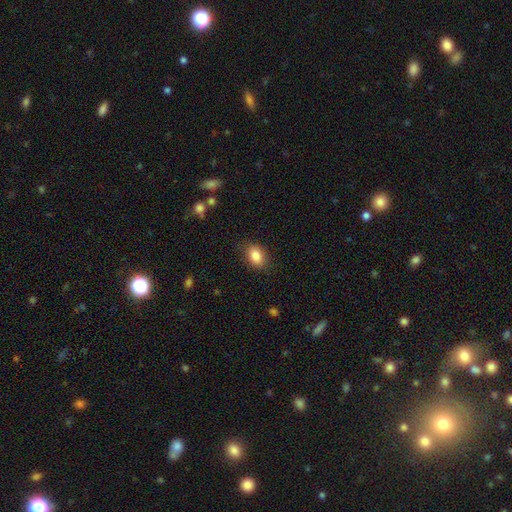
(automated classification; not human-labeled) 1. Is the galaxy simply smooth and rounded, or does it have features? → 86% smooth, 8% star or artifact, 6% featured or disk.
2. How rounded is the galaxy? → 79% in between, 19% round, 1% cigar-shaped.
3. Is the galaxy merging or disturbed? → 83% none, 13% minor disturbance, 3% major disturbance, 1% merger.